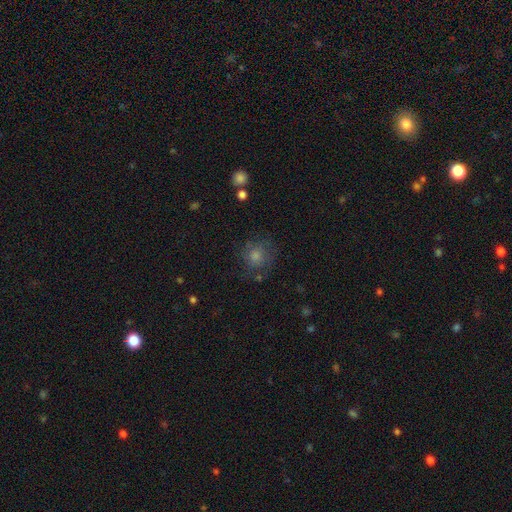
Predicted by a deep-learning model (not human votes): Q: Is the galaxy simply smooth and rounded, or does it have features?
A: smooth — 53%.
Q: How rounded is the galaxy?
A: round — 87%.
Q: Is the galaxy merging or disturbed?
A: none — 73%.